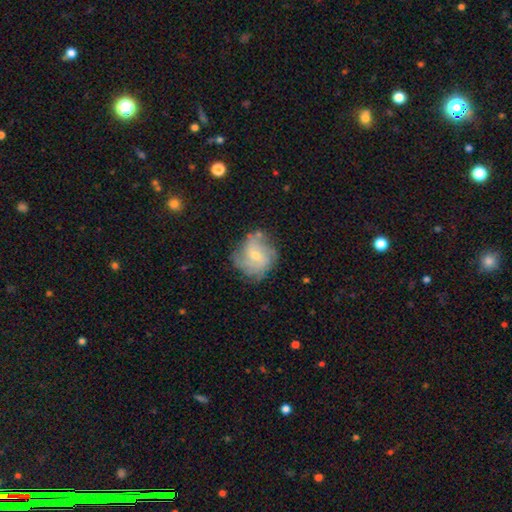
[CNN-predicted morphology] Q: Smooth or featured?
A: featured or disk (64%); runner-up: smooth (27%)
Q: Edge-on disk?
A: no (97%); runner-up: yes (3%)
Q: Bar?
A: no (51%); runner-up: weak (42%)
Q: Spiral arms?
A: yes (83%); runner-up: no (17%)
Q: Spiral winding?
A: medium (40%); runner-up: tight (35%)
Q: Spiral arm count?
A: can't tell (39%); runner-up: 3 (19%)
Q: Bulge size?
A: small (55%); runner-up: moderate (40%)
Q: Merging?
A: none (64%); runner-up: minor disturbance (23%)